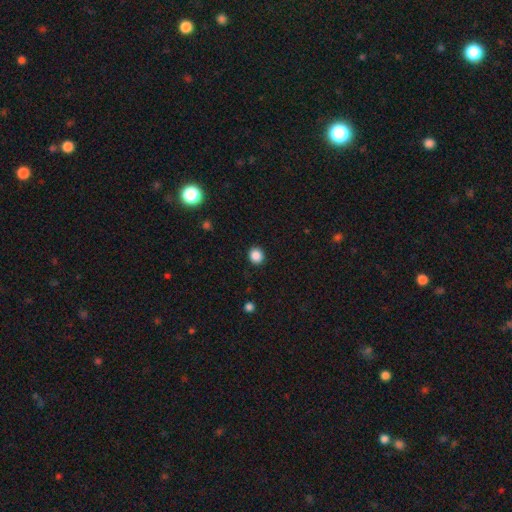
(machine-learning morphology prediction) The model was most divided on "how rounded": round: 83%, in between: 16%, cigar-shaped: 1%. More confident: merging — none (91%); smooth or featured — smooth (87%).